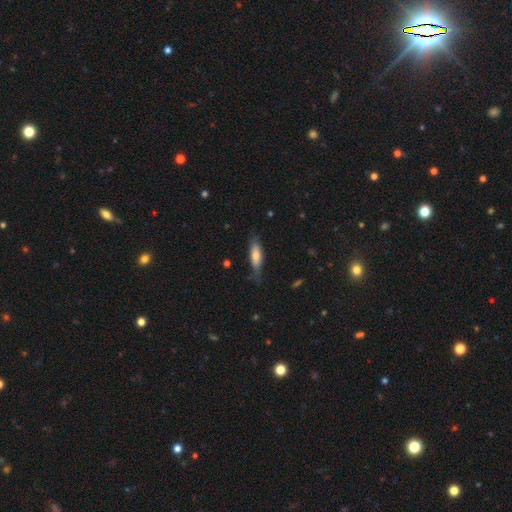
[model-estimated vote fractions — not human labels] Smooth or featured? smooth (66%)
How rounded? cigar-shaped (58%)
Merging? none (69%)